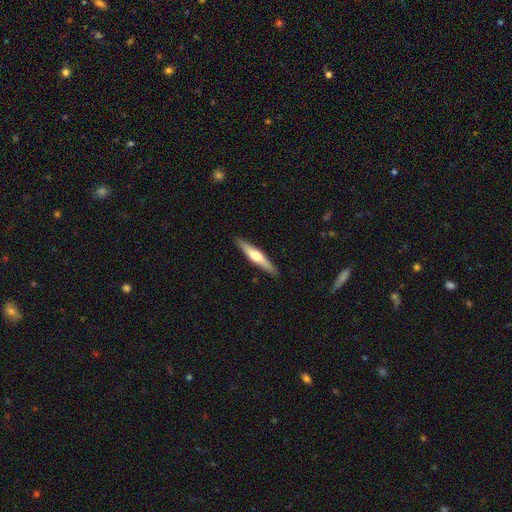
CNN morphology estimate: Smooth or featured? featured or disk (57%)
Edge-on disk? yes (96%)
Edge-on bulge? rounded (90%)
Merging? none (90%)